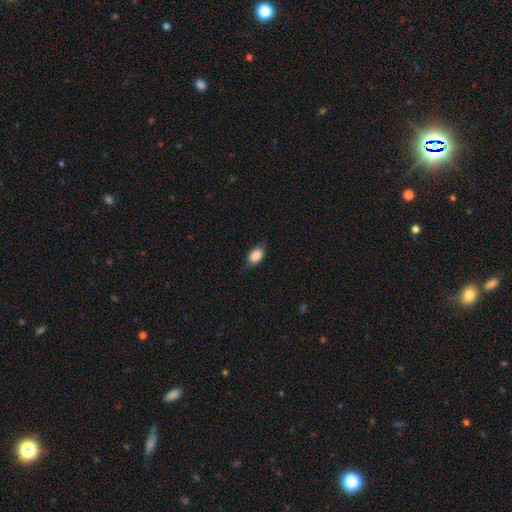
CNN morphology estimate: A smooth galaxy with no disk features (86%) that is in between round and cigar-shaped (85%). Merging: none (74%).